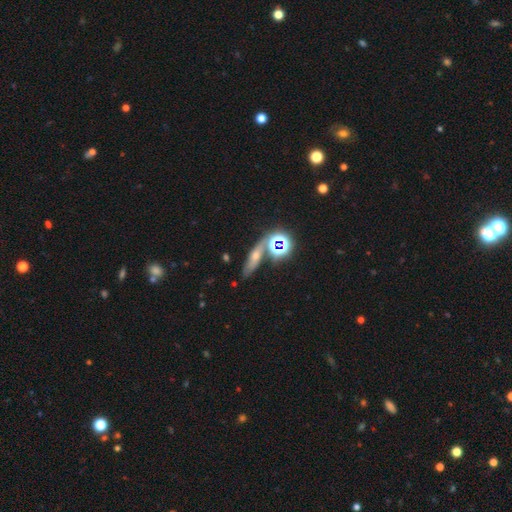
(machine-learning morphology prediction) Smooth or featured? Predicted: star or artifact (p=0.35).